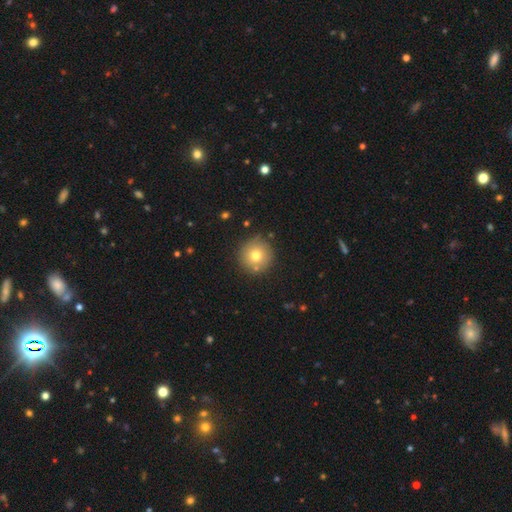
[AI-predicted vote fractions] Smooth or featured? Predicted: smooth (p=0.74). How rounded? Predicted: round (p=0.95). Merging? Predicted: none (p=0.86).